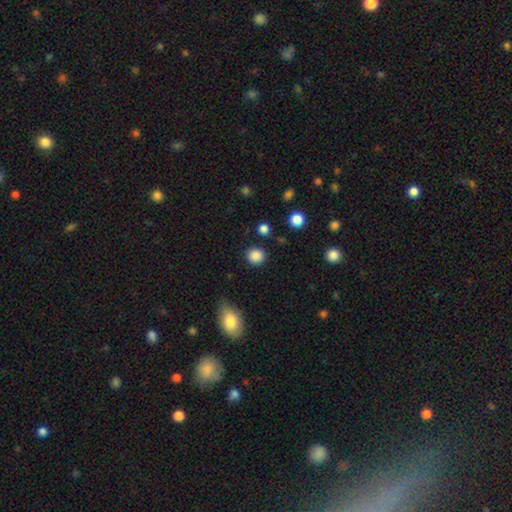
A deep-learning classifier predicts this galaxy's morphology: This appears to be a smooth galaxy with no disk features (87%) that is round (87%). Merging: none (88%).